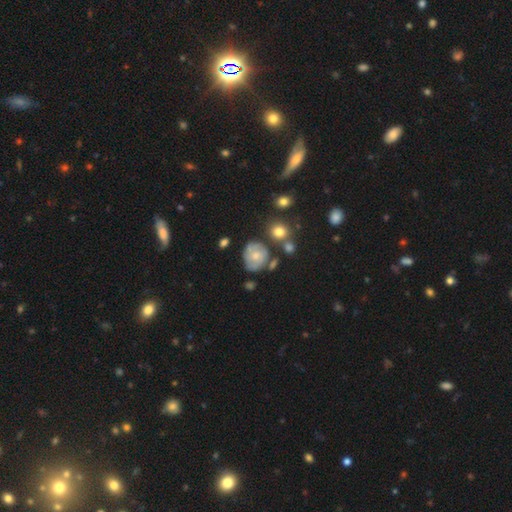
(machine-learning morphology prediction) This appears to be a featured or disk galaxy (58%) with no bar (73%), spiral arms (77%) and a moderate central bulge (49%). Merging: none (58%).